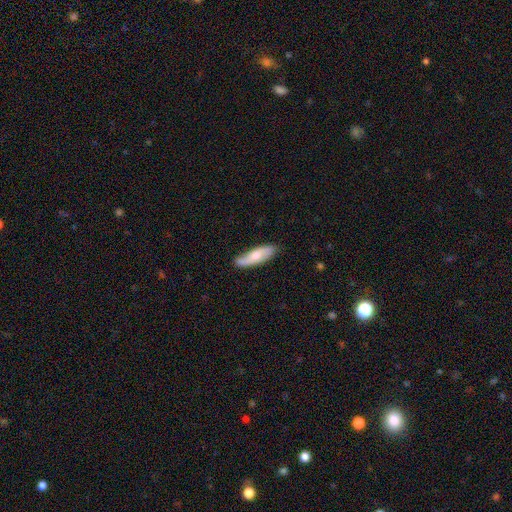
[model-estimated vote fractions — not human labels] The model was most divided on "how rounded": cigar-shaped: 52%, in between: 46%, round: 2%. More confident: merging — none (76%); smooth or featured — smooth (57%).